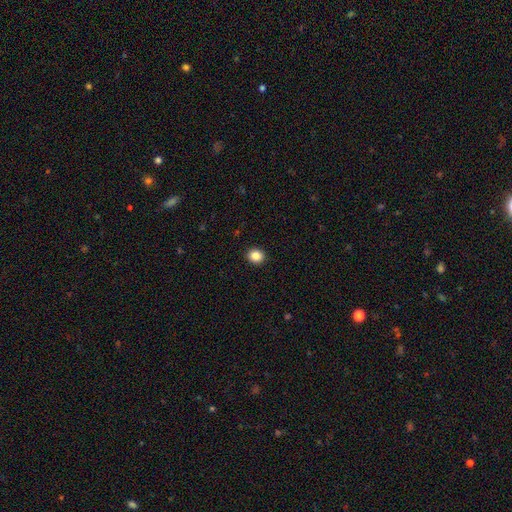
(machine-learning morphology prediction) This is clearly a smooth galaxy (87%). How rounded: likely round (72%). Merging: clearly none (92%).